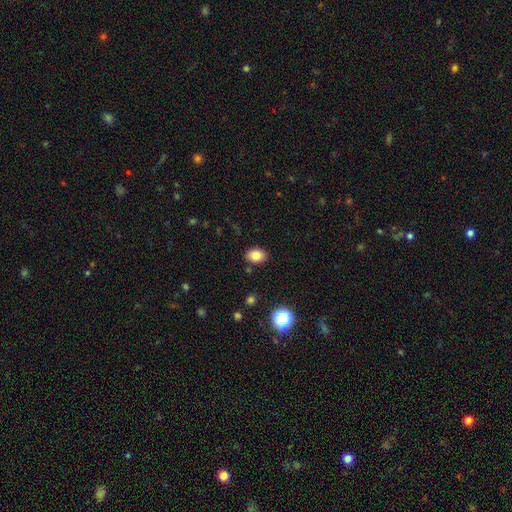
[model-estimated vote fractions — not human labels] The model was most divided on "how rounded": in between: 74%, round: 25%, cigar-shaped: 1%. More confident: merging — none (87%); smooth or featured — smooth (82%).